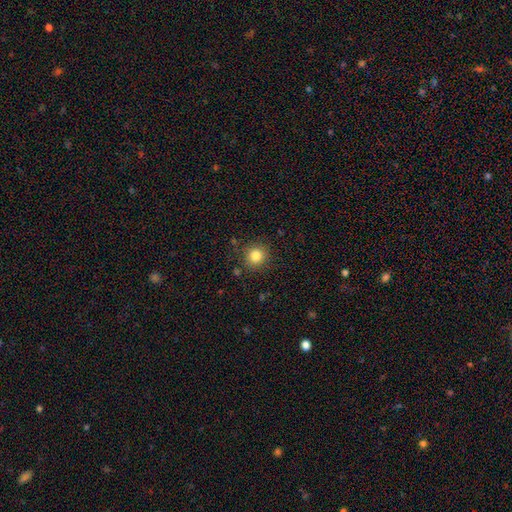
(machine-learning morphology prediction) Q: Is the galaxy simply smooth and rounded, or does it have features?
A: smooth — 83%.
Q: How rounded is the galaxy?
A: round — 89%.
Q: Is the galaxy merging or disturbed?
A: none — 86%.